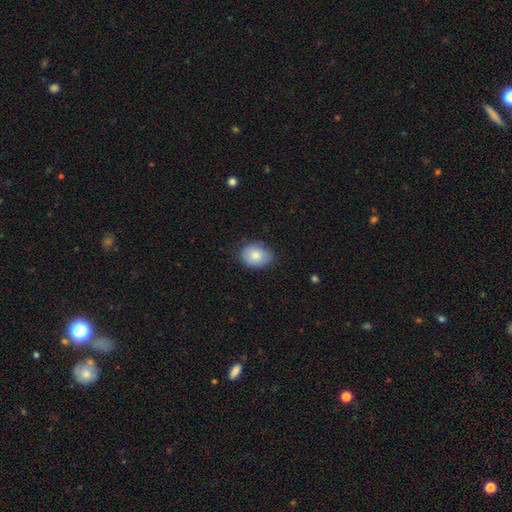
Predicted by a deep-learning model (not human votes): Overall: smooth (82%). How rounded: in between (61%; round 38%). Merging: none (74%).